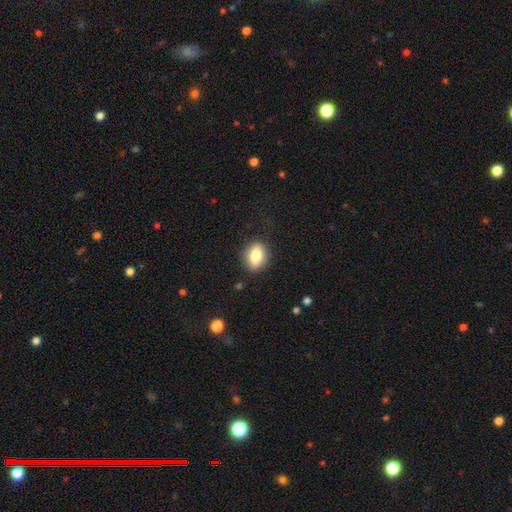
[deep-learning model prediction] Q: Smooth or featured?
A: smooth (77%); runner-up: featured or disk (15%)
Q: How rounded?
A: in between (69%); runner-up: round (28%)
Q: Merging?
A: none (85%); runner-up: minor disturbance (11%)